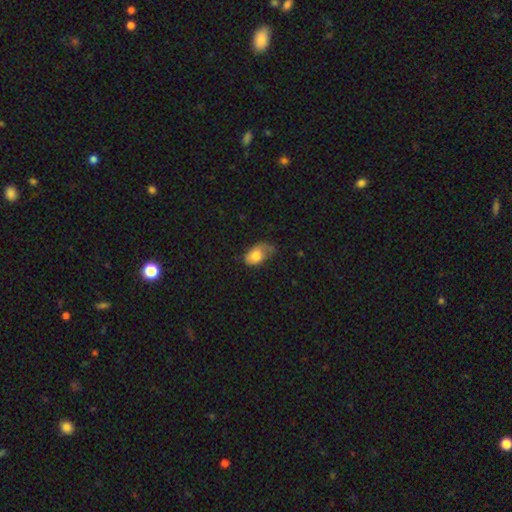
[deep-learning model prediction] Smooth or featured?
  - smooth: 75% *
  - featured or disk: 17%
  - star or artifact: 7%
How rounded?
  - in between: 86% *
  - round: 13%
  - cigar-shaped: 1%
Merging?
  - minor disturbance: 41% *
  - none: 29%
  - major disturbance: 27%
  - merger: 3%